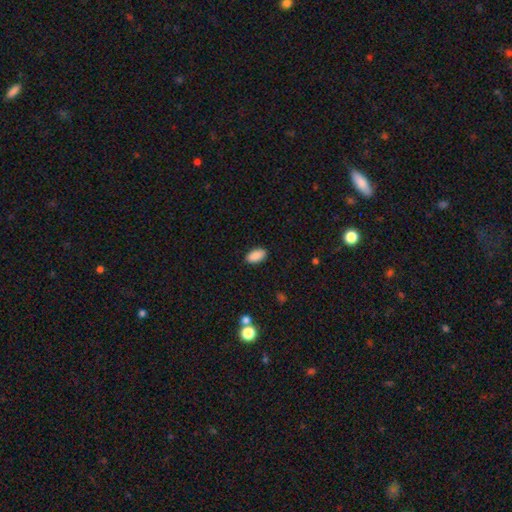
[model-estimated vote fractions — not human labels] smooth 90%, star or artifact 7%, featured or disk 3%. Down the decision tree: how rounded — in between (94%); merging — none (89%).